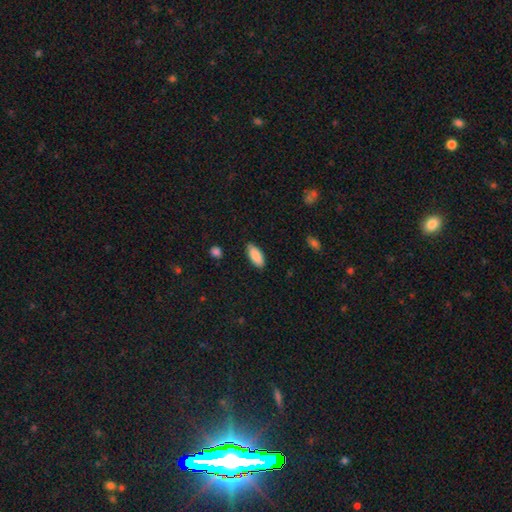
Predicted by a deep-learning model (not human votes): Smooth or featured: smooth — 88% (star or artifact — 6%)
How rounded: in between — 86% (cigar-shaped — 13%)
Merging: none — 86% (minor disturbance — 11%)